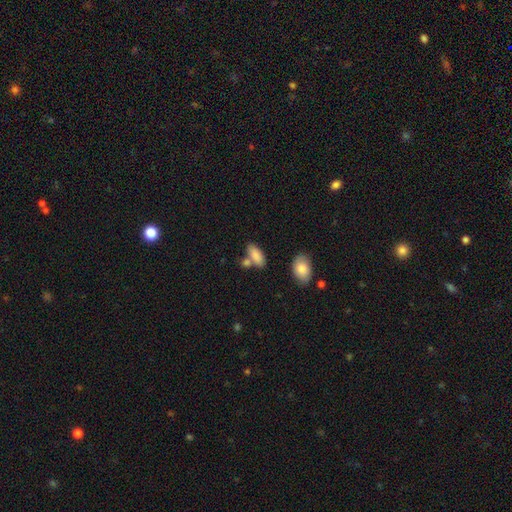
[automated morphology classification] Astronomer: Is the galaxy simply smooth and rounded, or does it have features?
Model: smooth — 85%.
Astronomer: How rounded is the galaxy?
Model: in between — 83%.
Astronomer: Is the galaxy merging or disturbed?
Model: none — 55%.